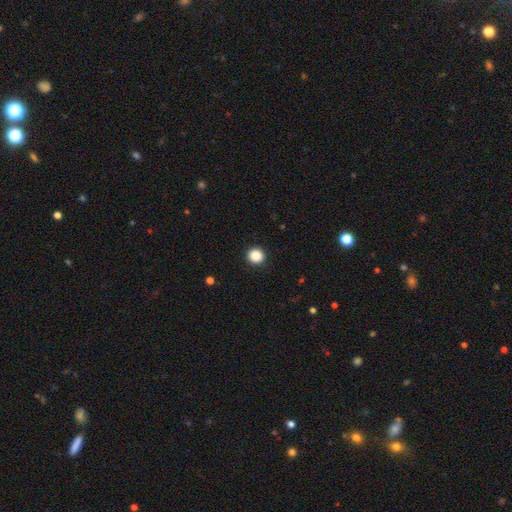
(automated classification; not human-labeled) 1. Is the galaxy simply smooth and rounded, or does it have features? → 88% smooth, 10% star or artifact, 3% featured or disk.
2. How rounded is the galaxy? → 92% round, 7% in between, 1% cigar-shaped.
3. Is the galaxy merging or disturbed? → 92% none, 5% minor disturbance, 2% major disturbance, 1% merger.